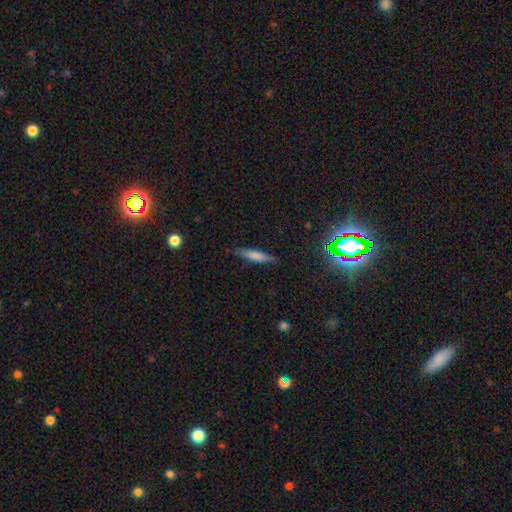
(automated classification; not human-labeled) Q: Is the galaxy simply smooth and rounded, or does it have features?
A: smooth — 65%.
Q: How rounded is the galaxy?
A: cigar-shaped — 83%.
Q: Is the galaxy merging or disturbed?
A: none — 82%.